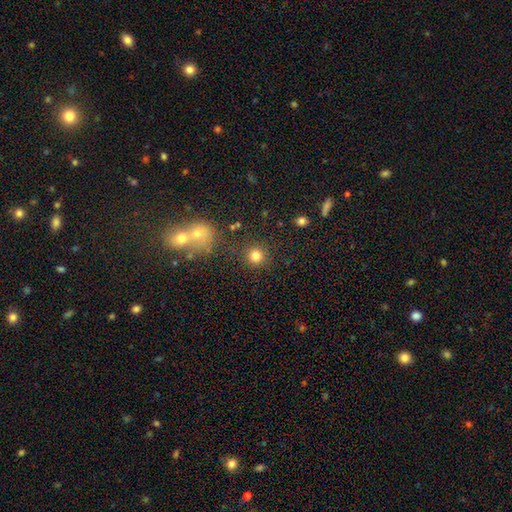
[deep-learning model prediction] Smooth or featured?
  - smooth: 81% *
  - star or artifact: 13%
  - featured or disk: 5%
How rounded?
  - round: 93% *
  - in between: 6%
  - cigar-shaped: 1%
Merging?
  - none: 84% *
  - minor disturbance: 7%
  - merger: 5%
  - major disturbance: 3%